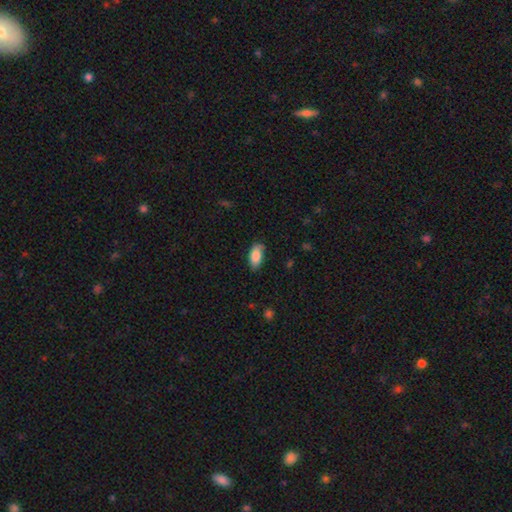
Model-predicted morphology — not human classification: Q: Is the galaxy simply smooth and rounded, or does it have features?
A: smooth — 84%.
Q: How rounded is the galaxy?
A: in between — 89%.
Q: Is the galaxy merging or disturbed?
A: none — 74%.